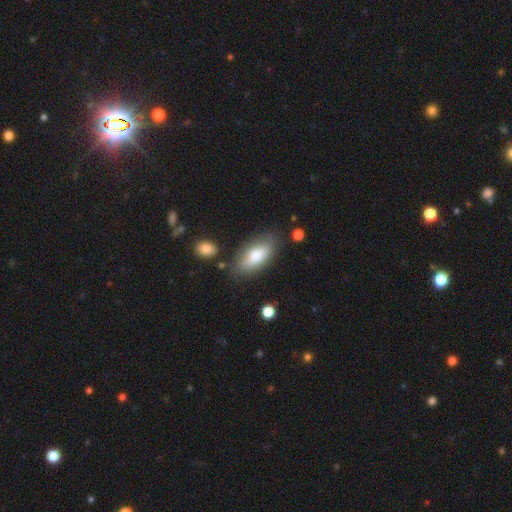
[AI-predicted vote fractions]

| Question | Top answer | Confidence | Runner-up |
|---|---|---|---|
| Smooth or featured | smooth | 74% | featured or disk (19%) |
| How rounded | in between | 86% | cigar-shaped (11%) |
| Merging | none | 78% | minor disturbance (15%) |